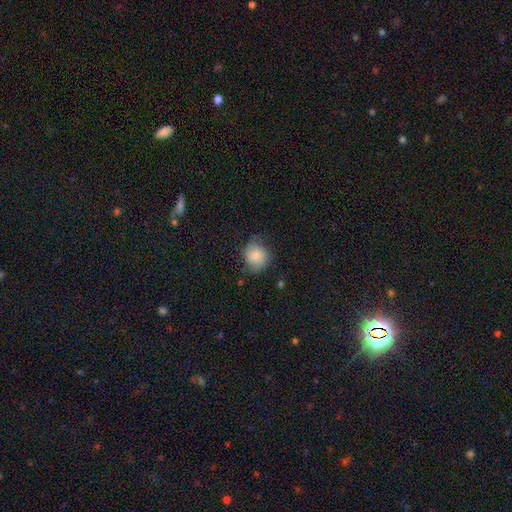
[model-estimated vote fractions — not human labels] smooth 76%, featured or disk 16%, star or artifact 8%. Down the decision tree: how rounded — round (77%); merging — none (61%).